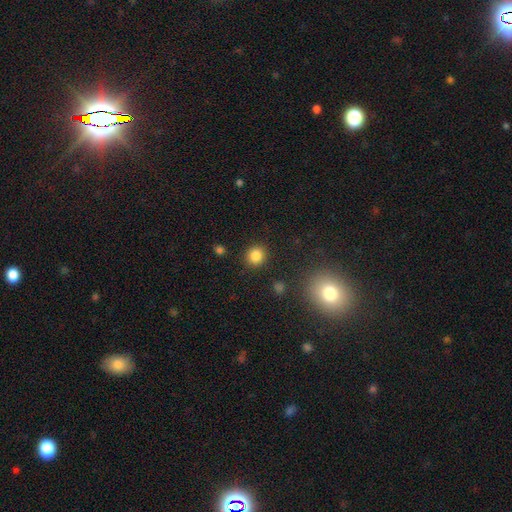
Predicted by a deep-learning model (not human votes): Overall: smooth (84%). How rounded: round (87%). Merging: none (89%).